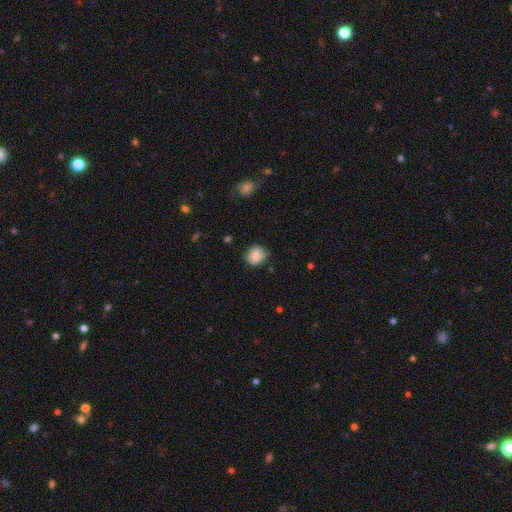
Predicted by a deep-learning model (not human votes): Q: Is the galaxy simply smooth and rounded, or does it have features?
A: smooth — 77%.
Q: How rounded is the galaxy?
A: round — 75%.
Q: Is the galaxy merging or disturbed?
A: none — 75%.